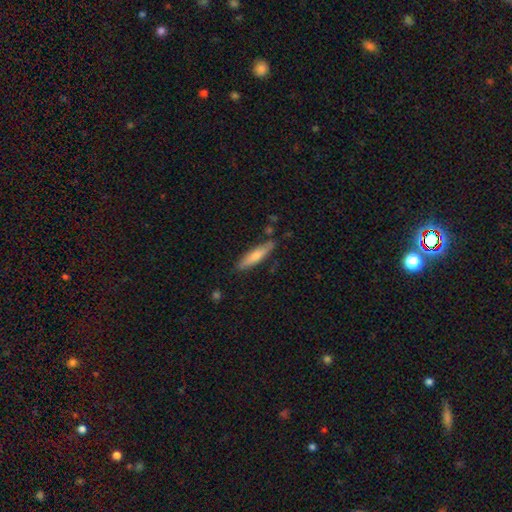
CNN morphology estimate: Smooth or featured?
  - smooth: 63% *
  - featured or disk: 32%
  - star or artifact: 6%
How rounded?
  - cigar-shaped: 81% *
  - in between: 17%
  - round: 2%
Merging?
  - none: 81% *
  - minor disturbance: 13%
  - merger: 3%
  - major disturbance: 2%